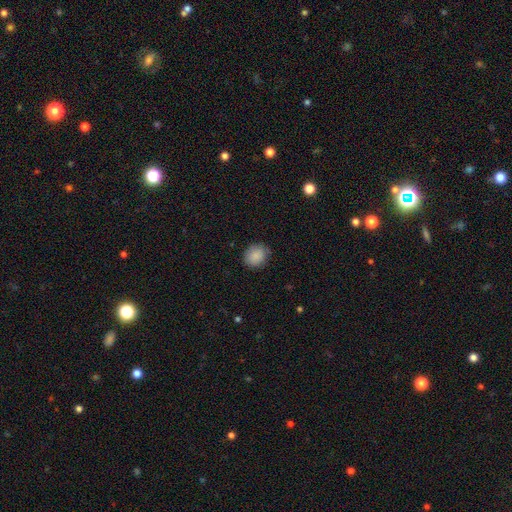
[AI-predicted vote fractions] Overall: smooth (88%). How rounded: round (70%). Merging: none (80%).